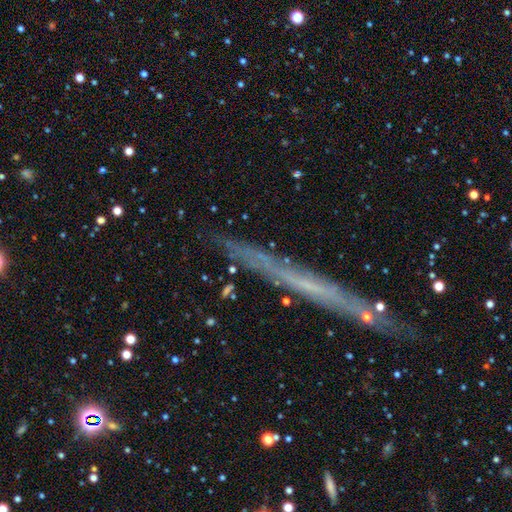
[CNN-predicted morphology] This is possibly a featured or disk galaxy (57%). It is clearly viewed edge-on (87%). Merging: clearly none (81%).